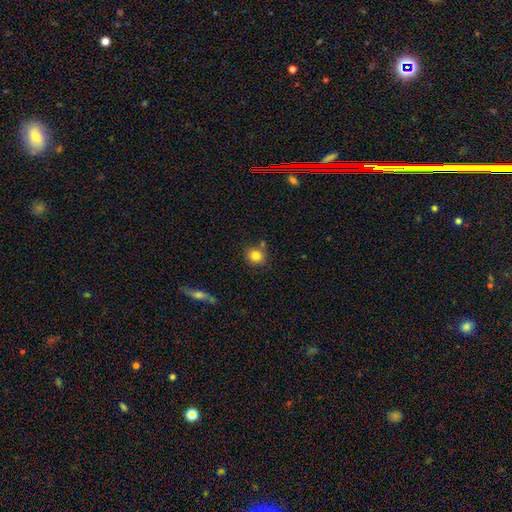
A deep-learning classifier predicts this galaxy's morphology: This appears to be a smooth galaxy with no disk features (82%) that is round (79%). Merging: none (72%).